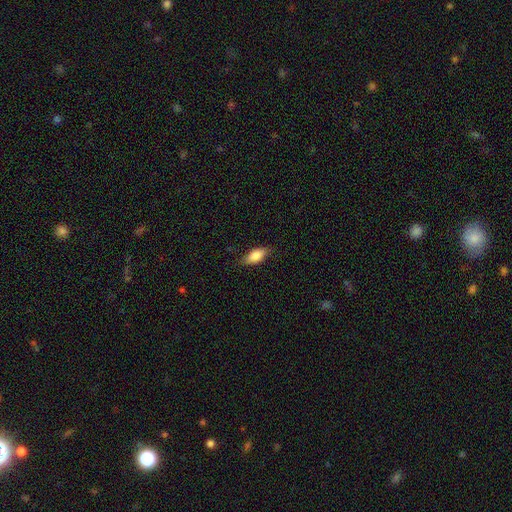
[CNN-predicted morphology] Smooth or featured?
  - smooth: 82% *
  - featured or disk: 11%
  - star or artifact: 7%
How rounded?
  - in between: 84% *
  - cigar-shaped: 13%
  - round: 3%
Merging?
  - none: 80% *
  - minor disturbance: 16%
  - major disturbance: 3%
  - merger: 1%